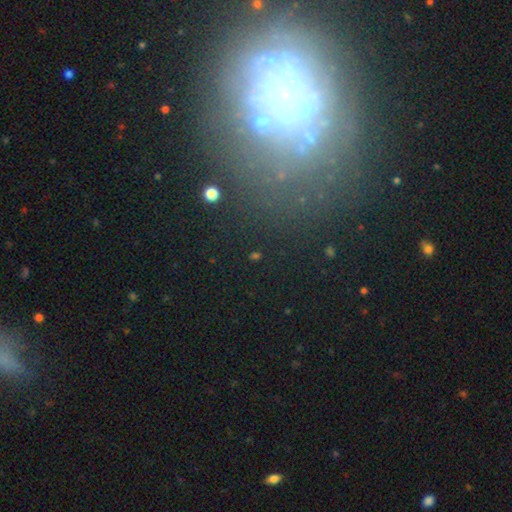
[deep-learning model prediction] A star or artifact, not a galaxy (51%).

Vote fractions:
- Smooth or featured? star or artifact: 51% / smooth: 34% / featured or disk: 15%